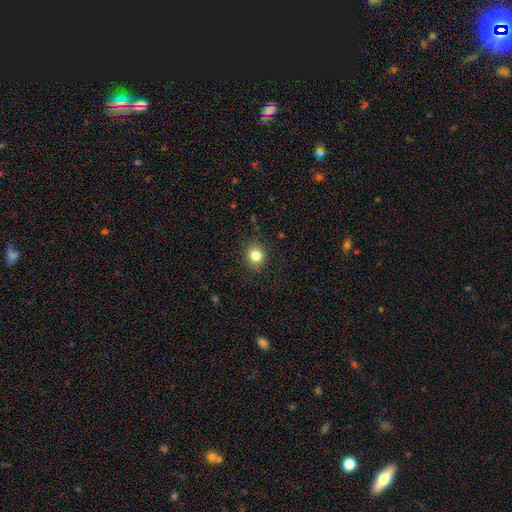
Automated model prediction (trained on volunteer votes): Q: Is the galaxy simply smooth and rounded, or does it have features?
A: smooth — 82%.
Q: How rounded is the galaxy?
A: round — 84%.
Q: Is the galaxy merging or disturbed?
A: none — 89%.